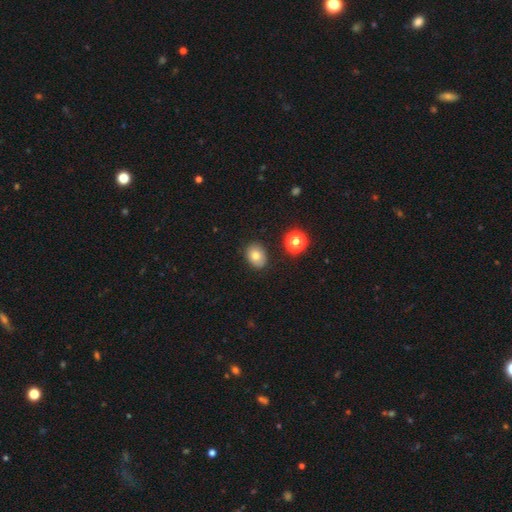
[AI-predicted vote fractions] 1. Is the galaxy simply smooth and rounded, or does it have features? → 78% smooth, 11% star or artifact, 11% featured or disk.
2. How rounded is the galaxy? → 61% in between, 38% round, 1% cigar-shaped.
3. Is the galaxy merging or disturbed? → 85% none, 11% minor disturbance, 2% major disturbance, 2% merger.